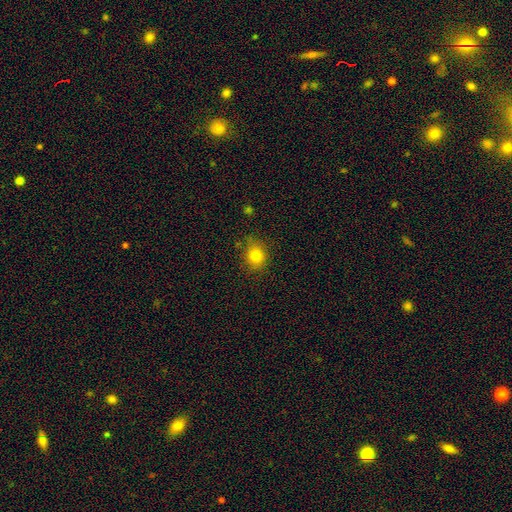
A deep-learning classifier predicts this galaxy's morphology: Q: Smooth or featured?
A: smooth (80%); runner-up: star or artifact (13%)
Q: How rounded?
A: round (72%); runner-up: in between (27%)
Q: Merging?
A: none (81%); runner-up: minor disturbance (14%)